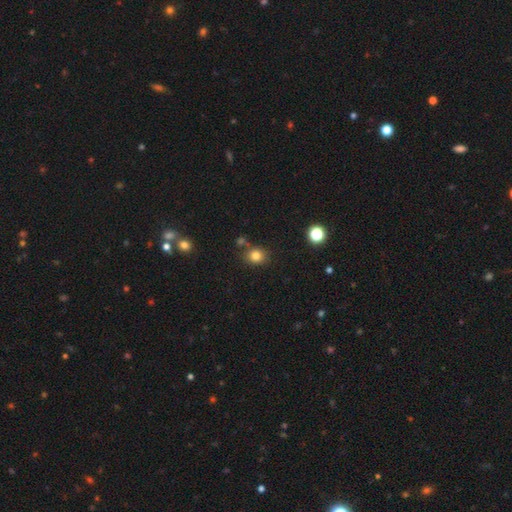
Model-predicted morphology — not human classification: Smooth or featured: smooth — 81% (star or artifact — 13%)
How rounded: round — 75% (in between — 24%)
Merging: none — 74% (minor disturbance — 12%)